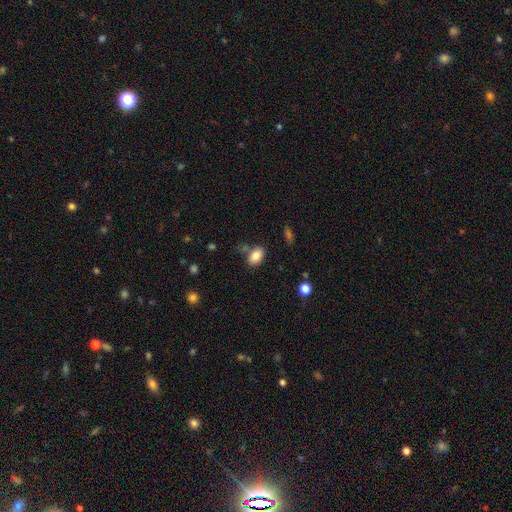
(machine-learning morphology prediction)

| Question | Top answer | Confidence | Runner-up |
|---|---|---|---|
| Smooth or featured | smooth | 85% | star or artifact (9%) |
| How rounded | in between | 85% | round (14%) |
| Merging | none | 71% | minor disturbance (15%) |